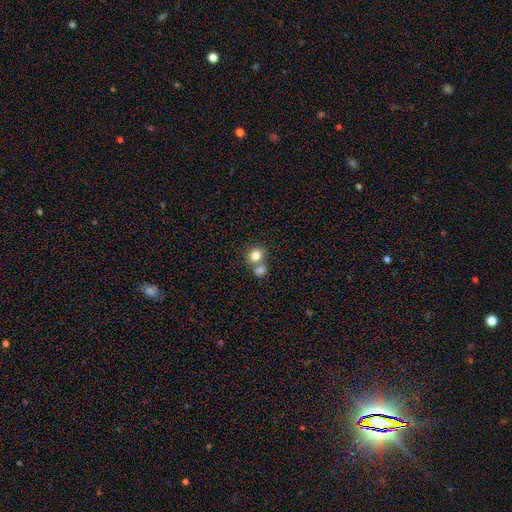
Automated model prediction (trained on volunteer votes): A smooth galaxy with no disk features (82%) that is round (75%).

Vote fractions:
- Smooth or featured? smooth: 82% / star or artifact: 11% / featured or disk: 8%
- How rounded? round: 75% / in between: 24% / cigar-shaped: 1%
- Merging? none: 50% / merger: 40% / minor disturbance: 8% / major disturbance: 3%